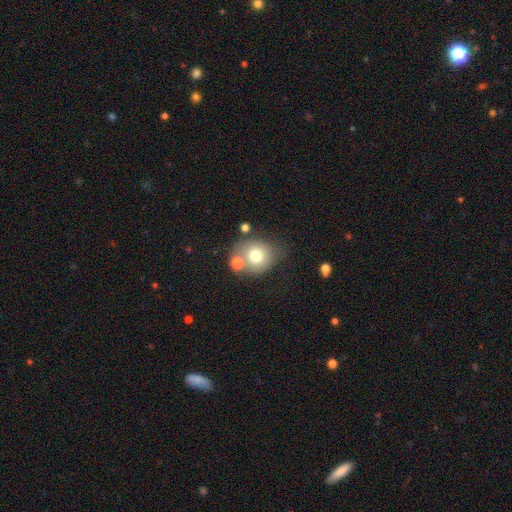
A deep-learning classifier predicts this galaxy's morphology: This appears to be a smooth galaxy with no disk features (72%) that is round (77%). Merging: none (54%).